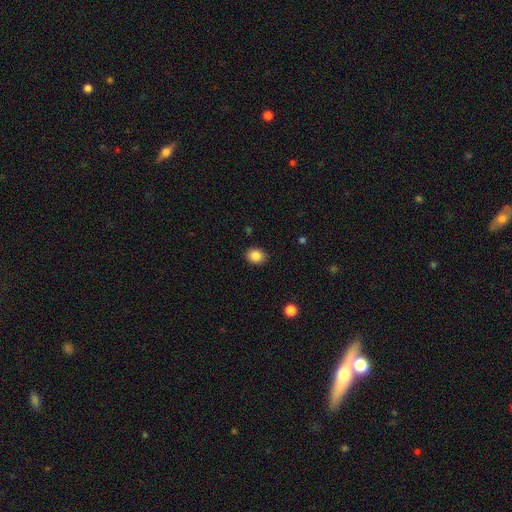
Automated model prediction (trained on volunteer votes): smooth_or_featured: smooth (p=0.86) [alt: star or artifact p=0.09]
how_rounded: round (p=0.52) [alt: in between p=0.47]
merging: none (p=0.90) [alt: minor disturbance p=0.07]